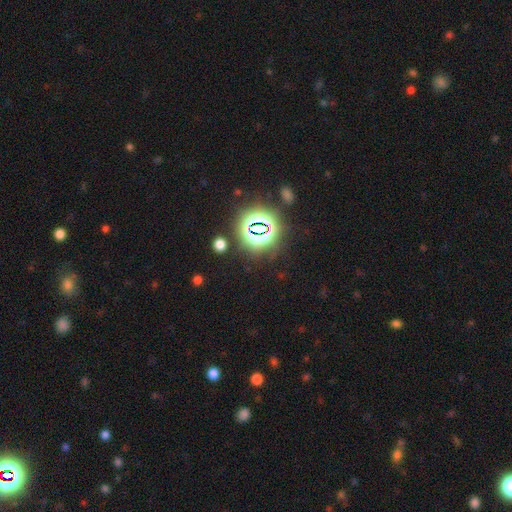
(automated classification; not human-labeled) Smooth or featured?
  - star or artifact: 79% *
  - smooth: 13%
  - featured or disk: 7%